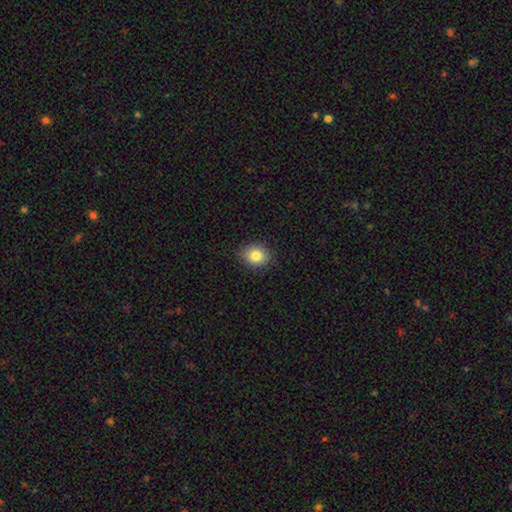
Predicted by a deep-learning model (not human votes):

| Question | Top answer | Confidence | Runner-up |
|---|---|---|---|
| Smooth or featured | smooth | 82% | star or artifact (10%) |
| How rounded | round | 53% | in between (46%) |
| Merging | none | 87% | minor disturbance (10%) |